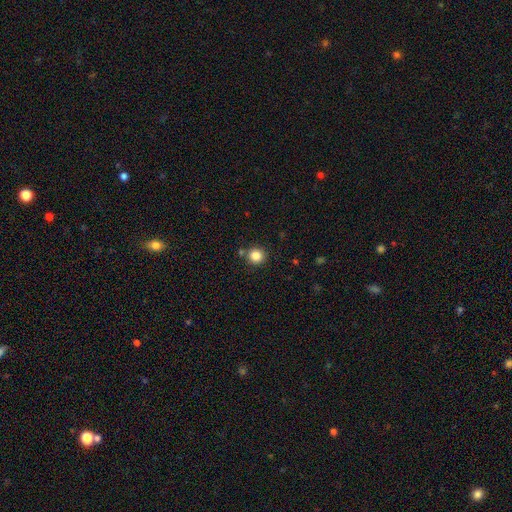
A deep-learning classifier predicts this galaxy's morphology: Smooth or featured?
  - smooth: 84% *
  - star or artifact: 11%
  - featured or disk: 5%
How rounded?
  - round: 93% *
  - in between: 6%
  - cigar-shaped: 1%
Merging?
  - none: 83% *
  - minor disturbance: 8%
  - merger: 7%
  - major disturbance: 2%